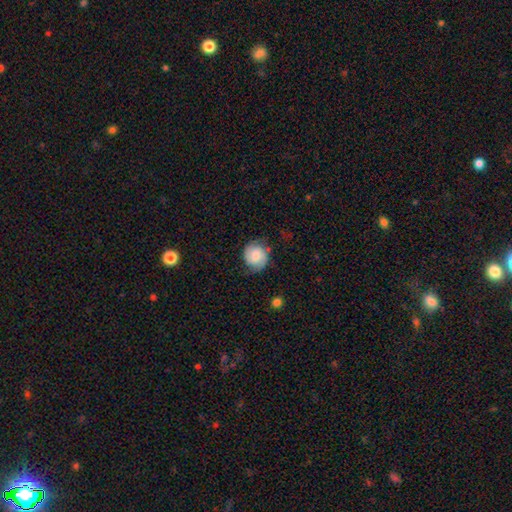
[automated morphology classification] smooth 47%, featured or disk 45%, star or artifact 8%. Down the decision tree: merging — none (70%).